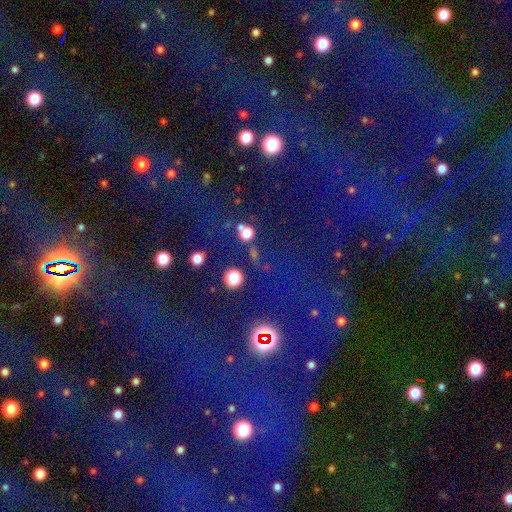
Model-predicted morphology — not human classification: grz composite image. It shows a star or artifact, not a galaxy (81%).